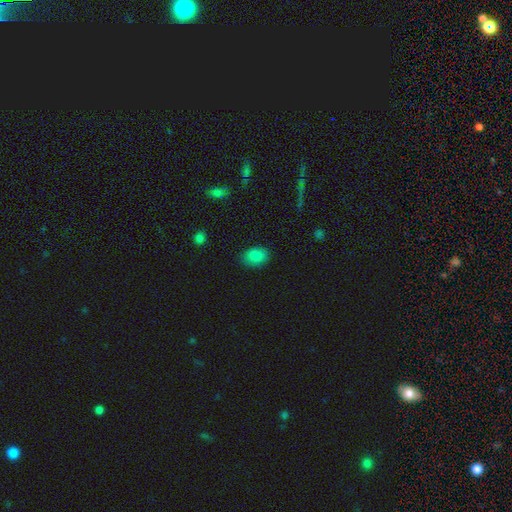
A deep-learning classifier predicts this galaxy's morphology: A smooth galaxy with no disk features (85%) that is in between round and cigar-shaped (78%). Merging: none (84%).